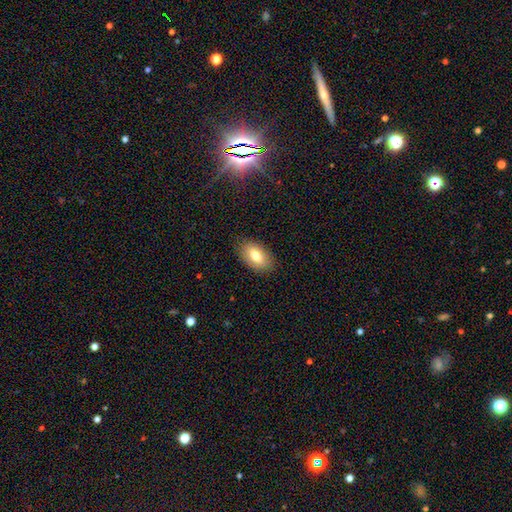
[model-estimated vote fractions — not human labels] Smooth or featured: smooth — 75% (featured or disk — 17%)
How rounded: in between — 92% (round — 5%)
Merging: none — 85% (minor disturbance — 11%)